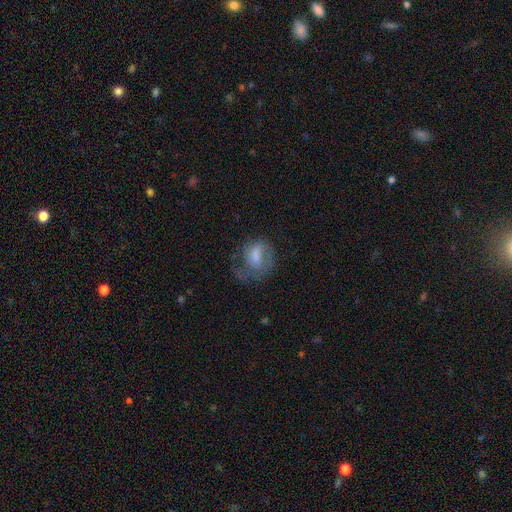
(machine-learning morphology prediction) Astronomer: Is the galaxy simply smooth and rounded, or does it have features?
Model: featured or disk — 53% (runner-up: smooth, 39%).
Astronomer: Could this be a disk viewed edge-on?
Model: no — 96%.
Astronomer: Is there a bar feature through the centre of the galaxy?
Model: weak — 49% (runner-up: no, 29%).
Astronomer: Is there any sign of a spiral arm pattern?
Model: yes — 70%.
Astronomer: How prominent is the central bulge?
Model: moderate — 34% (runner-up: none, 26%).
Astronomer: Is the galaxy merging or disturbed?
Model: none — 39% (runner-up: major disturbance, 35%).